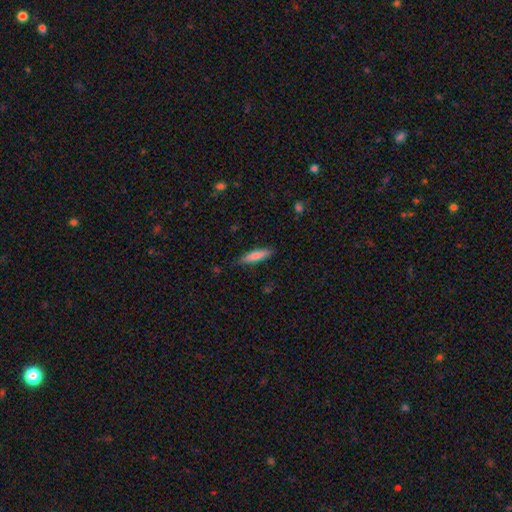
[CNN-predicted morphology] type=smooth (76%); roundness=cigar-shaped (76%); merging=none (85%).